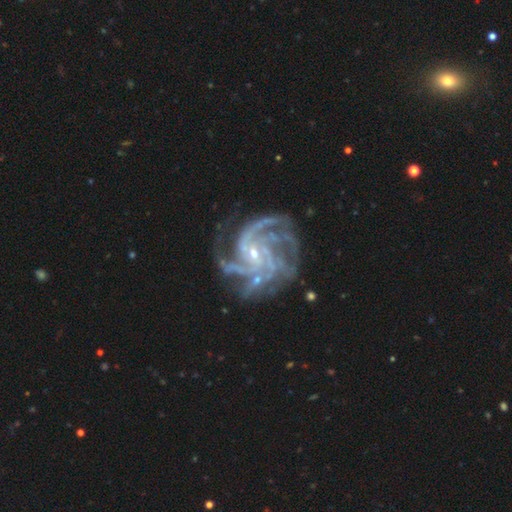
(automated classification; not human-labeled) Smooth or featured? Predicted: featured or disk (p=0.91). Edge-on disk? Predicted: no (p=0.98). Bar? Predicted: no (p=0.56). Spiral arms? Predicted: yes (p=0.99). Spiral winding? Predicted: tight (p=0.50). Spiral arm count? Predicted: 4 (p=0.37). Bulge size? Predicted: small (p=0.82). Merging? Predicted: none (p=0.72).